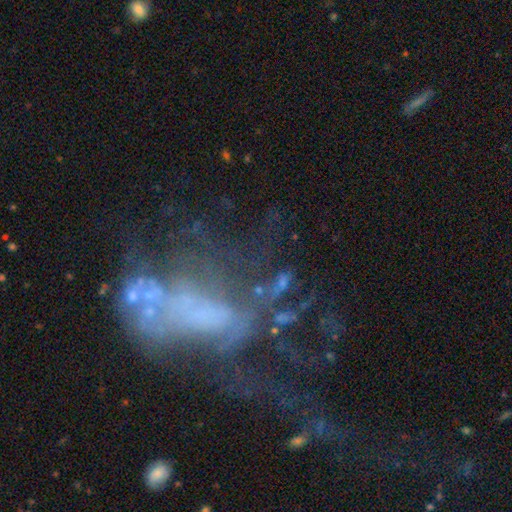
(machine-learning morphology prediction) Overall: featured or disk (61%). Edge-on disk: no (95%). Bar: no (82%). Spiral arms: no (80%). Bulge size: none (68%). Merging: major disturbance (48%; none 21%).